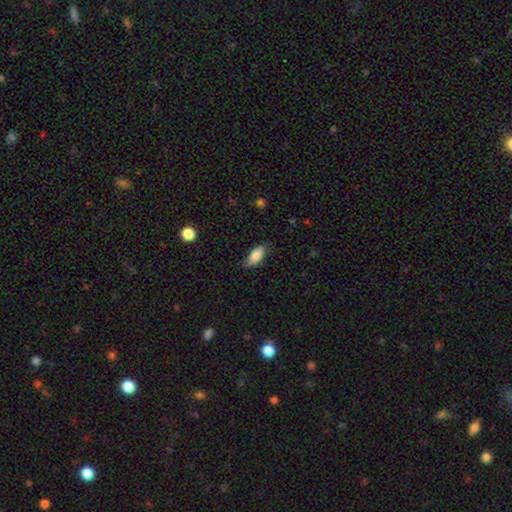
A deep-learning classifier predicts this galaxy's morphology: Smooth or featured? smooth (83%)
How rounded? in between (86%)
Merging? none (76%)